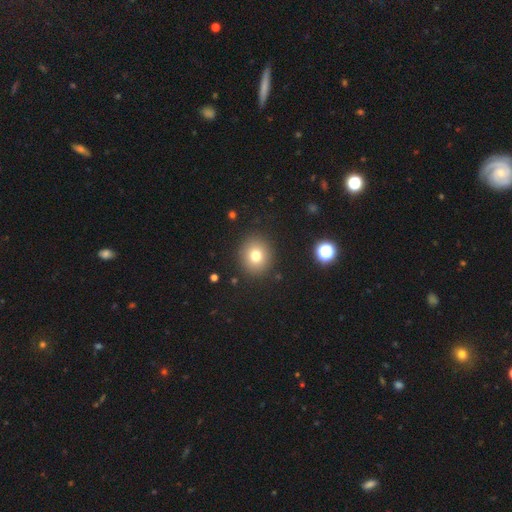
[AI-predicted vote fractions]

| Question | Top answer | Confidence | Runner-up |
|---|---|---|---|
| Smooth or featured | smooth | 75% | star or artifact (14%) |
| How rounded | round | 85% | in between (14%) |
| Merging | none | 90% | minor disturbance (6%) |